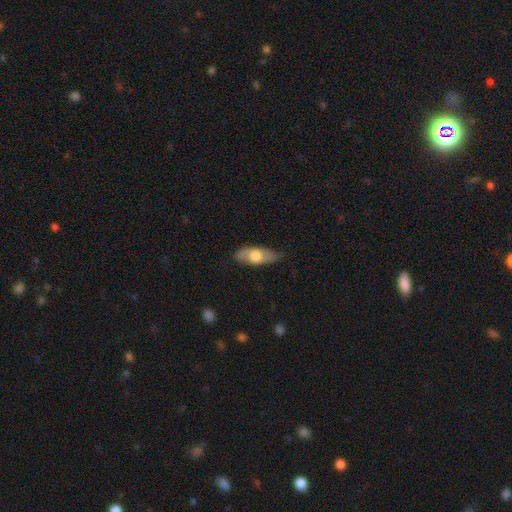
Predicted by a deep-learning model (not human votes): Smooth or featured? Predicted: smooth (p=0.55). How rounded? Predicted: in between (p=0.77). Merging? Predicted: none (p=0.73).